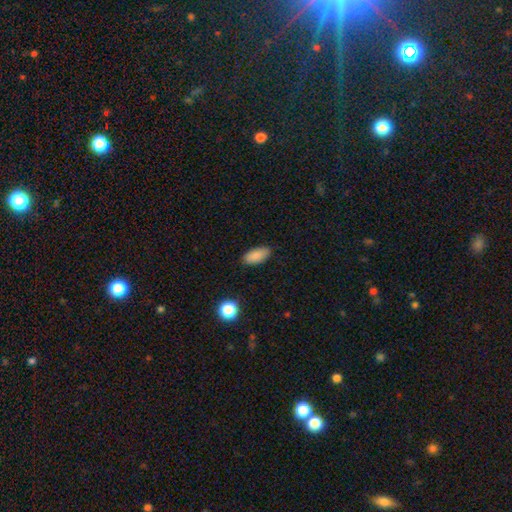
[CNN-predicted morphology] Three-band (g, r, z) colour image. It shows a smooth galaxy with no disk features (87%) that is in between round and cigar-shaped (91%). Merging: none (85%).